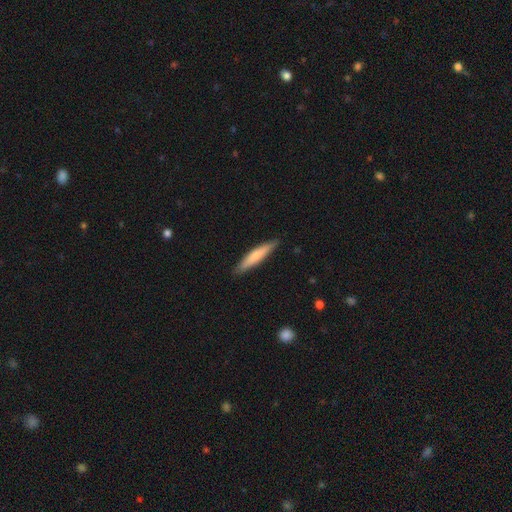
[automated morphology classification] Smooth or featured?
  - smooth: 70% *
  - featured or disk: 25%
  - star or artifact: 5%
How rounded?
  - cigar-shaped: 90% *
  - in between: 9%
  - round: 1%
Merging?
  - none: 89% *
  - minor disturbance: 8%
  - major disturbance: 1%
  - merger: 1%